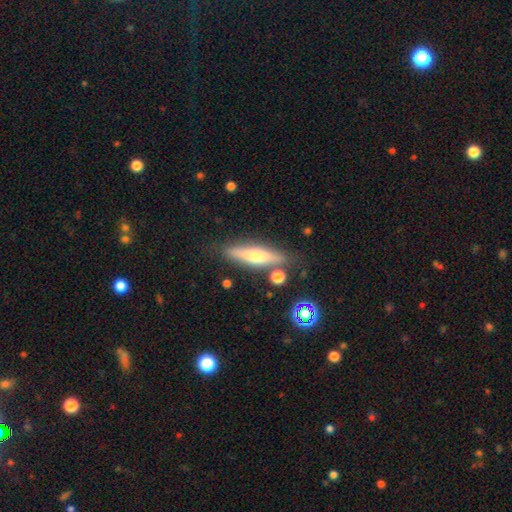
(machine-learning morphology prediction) smooth-or-featured: featured or disk: 49% | smooth: 42% | star or artifact: 9%
  merging: none: 79% | minor disturbance: 13% | merger: 5% | major disturbance: 3%